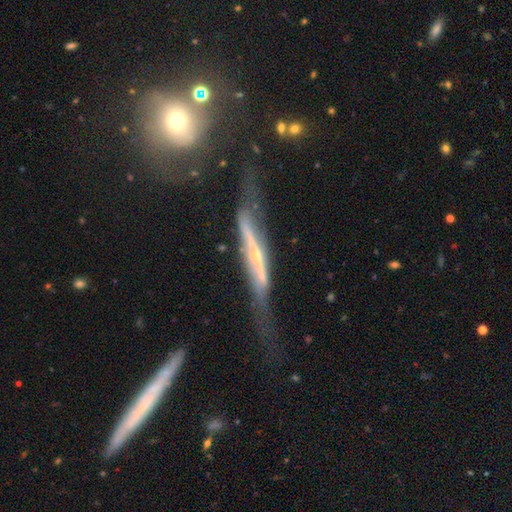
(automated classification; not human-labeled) Overall: featured or disk (81%). Edge-on disk: yes (79%). Edge-on bulge: rounded (61%; none 27%). Merging: none (45%; minor disturbance 24%).